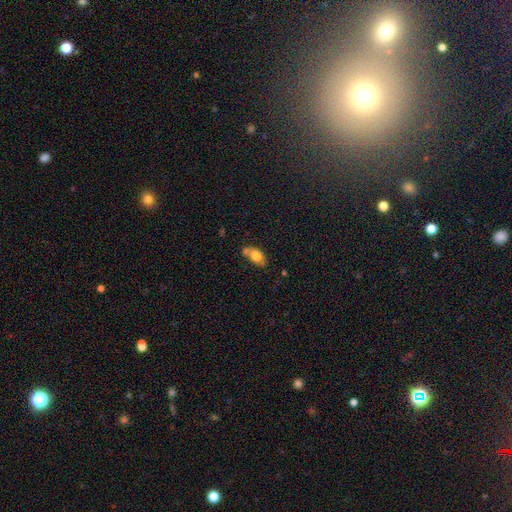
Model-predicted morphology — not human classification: smooth 76%, featured or disk 15%, star or artifact 8%. Down the decision tree: how rounded — in between (85%); merging — none (44%).